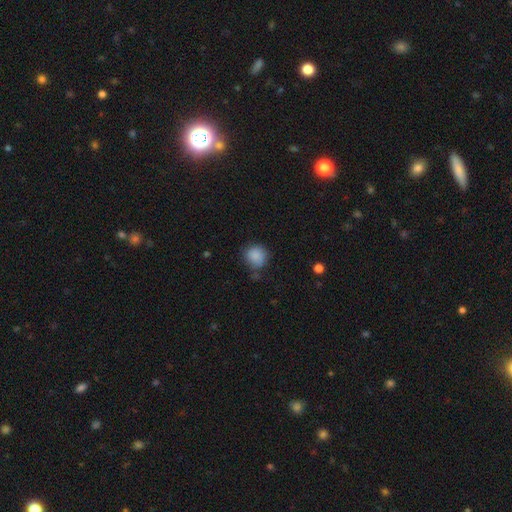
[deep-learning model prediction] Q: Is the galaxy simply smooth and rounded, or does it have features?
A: smooth — 86%.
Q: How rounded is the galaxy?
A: round — 84%.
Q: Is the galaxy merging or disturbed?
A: none — 69%.